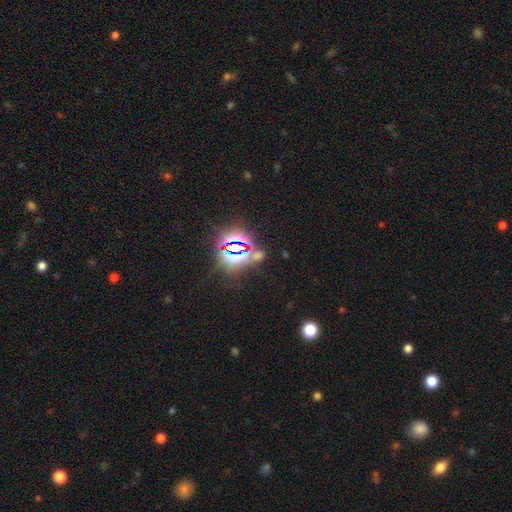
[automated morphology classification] A star or artifact, not a galaxy (75%).

Vote fractions:
- Smooth or featured? star or artifact: 75% / smooth: 17% / featured or disk: 8%